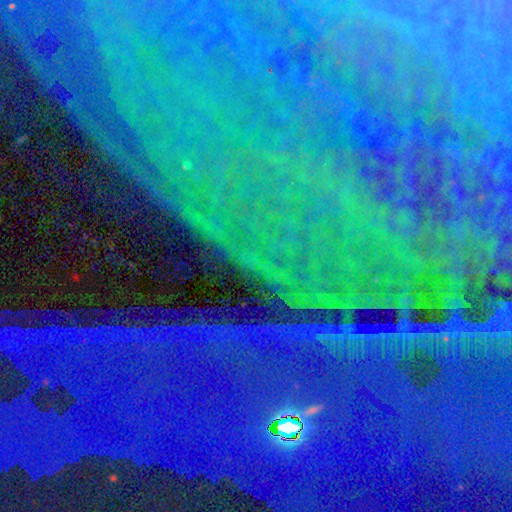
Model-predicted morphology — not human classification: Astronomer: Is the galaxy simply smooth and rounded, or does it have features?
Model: star or artifact — 85%.